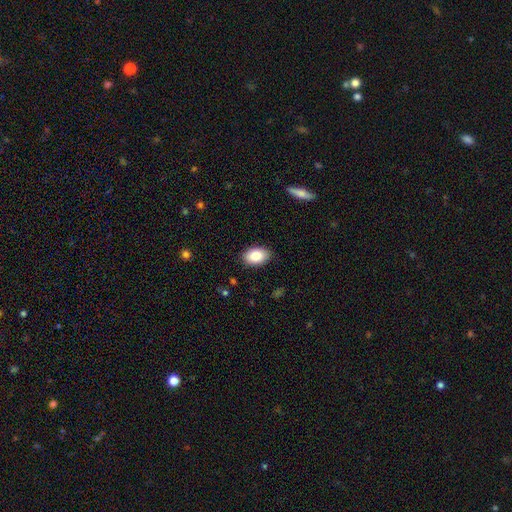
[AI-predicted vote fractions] Q: Smooth or featured?
A: smooth (85%); runner-up: star or artifact (7%)
Q: How rounded?
A: in between (88%); runner-up: round (11%)
Q: Merging?
A: none (87%); runner-up: minor disturbance (10%)